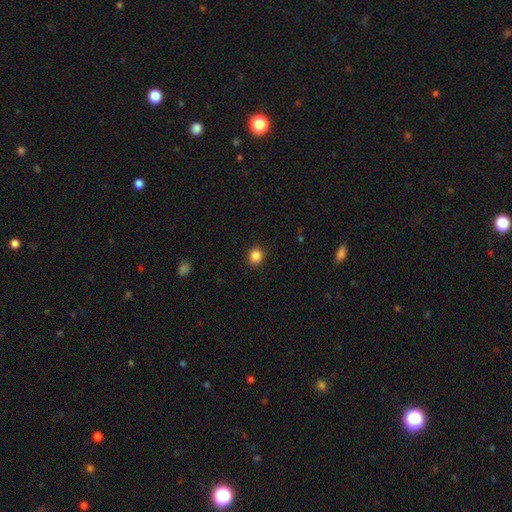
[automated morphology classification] Smooth or featured? smooth (86%)
How rounded? round (79%)
Merging? none (89%)